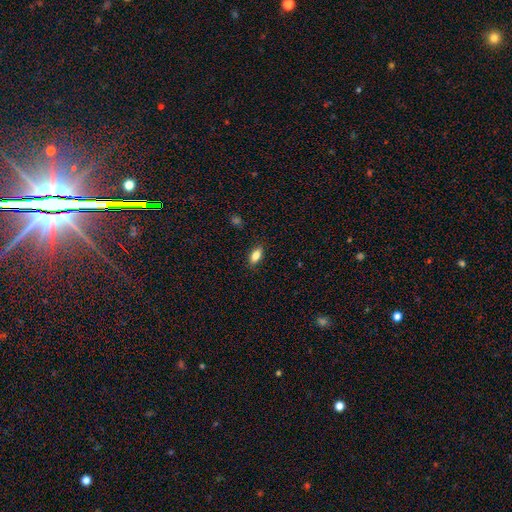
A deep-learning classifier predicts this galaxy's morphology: This appears to be a smooth galaxy with no disk features (80%) that is in between round and cigar-shaped (84%). Merging: none (86%).